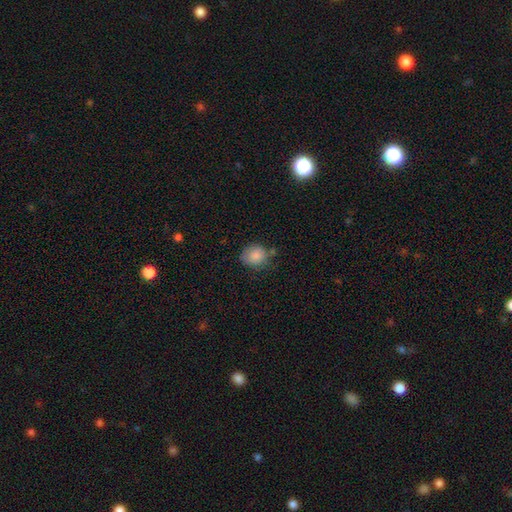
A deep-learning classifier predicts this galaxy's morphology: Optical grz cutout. It shows a smooth galaxy with no disk features (86%) that is round (77%). Merging: none (68%).